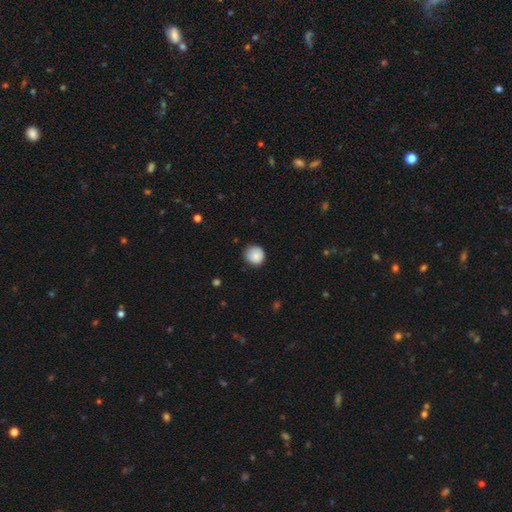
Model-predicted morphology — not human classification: Q: Smooth or featured?
A: smooth (87%); runner-up: star or artifact (8%)
Q: How rounded?
A: round (91%); runner-up: in between (8%)
Q: Merging?
A: none (81%); runner-up: minor disturbance (16%)